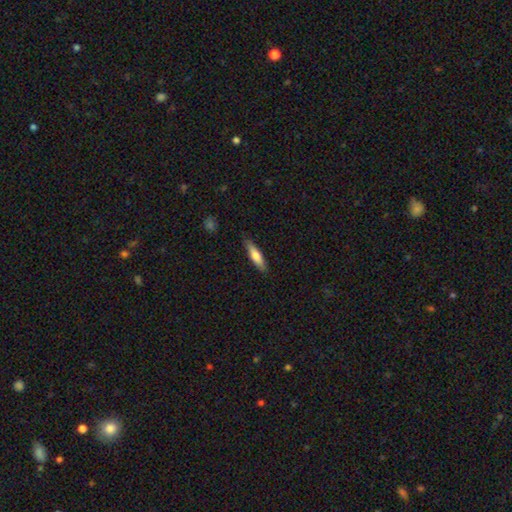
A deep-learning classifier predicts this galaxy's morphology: Smooth or featured: smooth — 71% (featured or disk — 23%)
How rounded: cigar-shaped — 72% (in between — 26%)
Merging: none — 86% (minor disturbance — 11%)